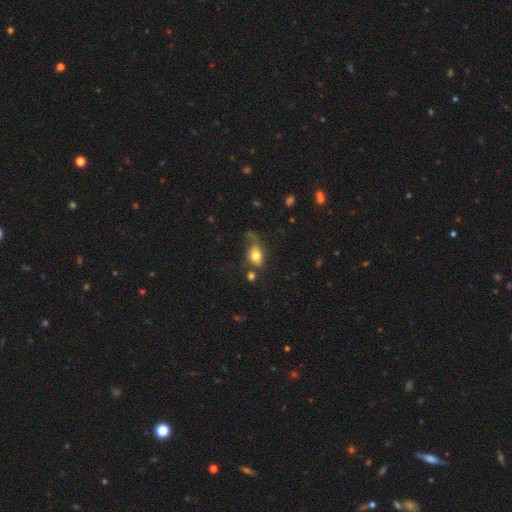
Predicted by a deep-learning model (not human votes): smooth-or-featured: smooth: 76% | featured or disk: 15% | star or artifact: 9%
  how-rounded: in between: 77% | round: 20% | cigar-shaped: 3%
  merging: none: 33% | minor disturbance: 29% | major disturbance: 28% | merger: 10%